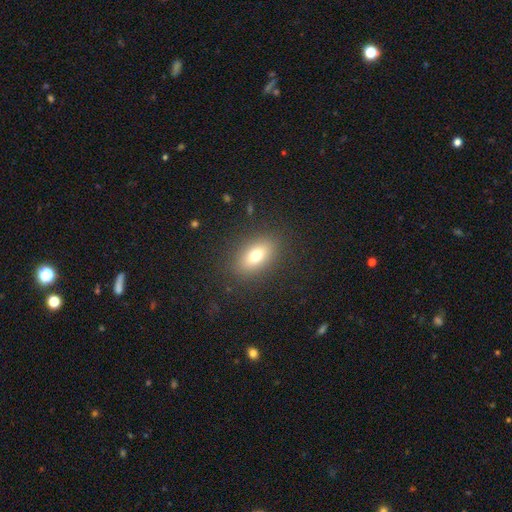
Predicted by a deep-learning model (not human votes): Q: Smooth or featured?
A: smooth (73%); runner-up: featured or disk (16%)
Q: How rounded?
A: in between (82%); runner-up: round (13%)
Q: Merging?
A: none (87%); runner-up: minor disturbance (8%)